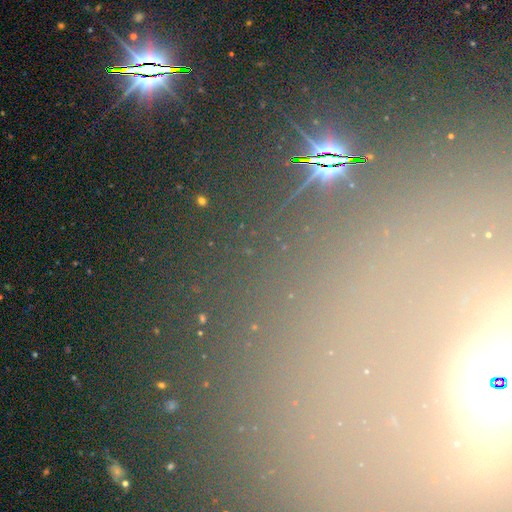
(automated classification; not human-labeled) This appears to be a star or artifact, not a galaxy (71%).